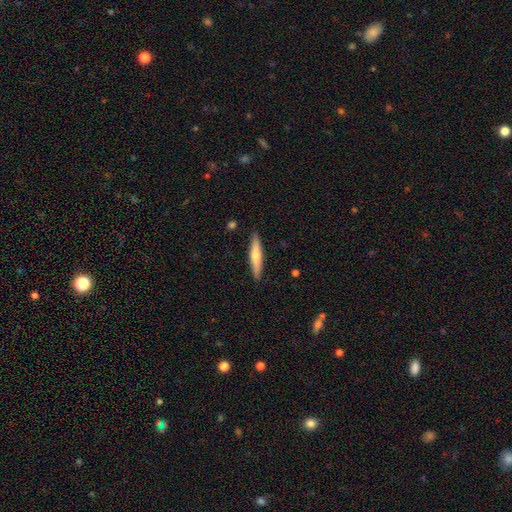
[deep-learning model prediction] This is possibly a smooth galaxy (55%). How rounded: clearly cigar-shaped (88%). Merging: clearly none (90%).